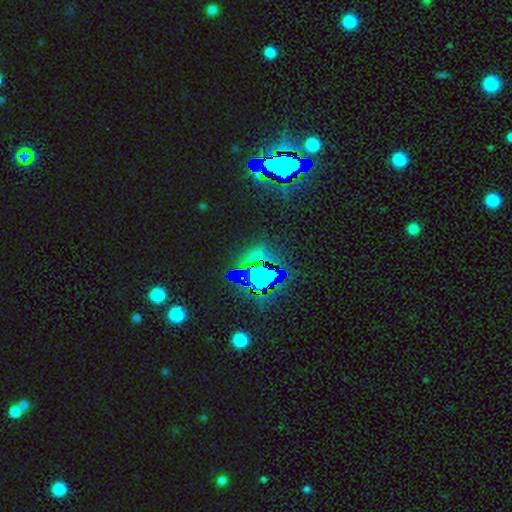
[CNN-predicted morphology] This is likely a star or artifact rather than a galaxy (71%).